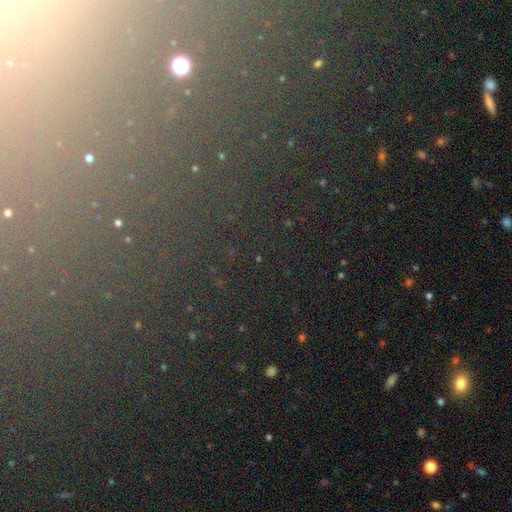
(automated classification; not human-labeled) This is likely a star or artifact rather than a galaxy (73%).